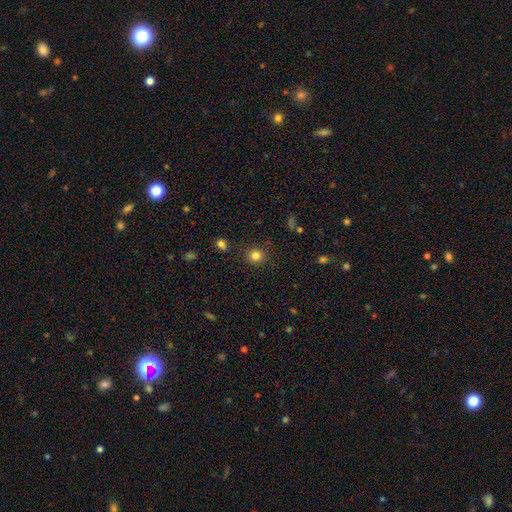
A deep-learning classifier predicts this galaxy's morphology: A smooth galaxy with no disk features (82%) that is round (86%).

Vote fractions:
- Smooth or featured? smooth: 82% / star or artifact: 13% / featured or disk: 5%
- How rounded? round: 86% / in between: 13% / cigar-shaped: 1%
- Merging? none: 85% / minor disturbance: 9% / major disturbance: 3% / merger: 2%